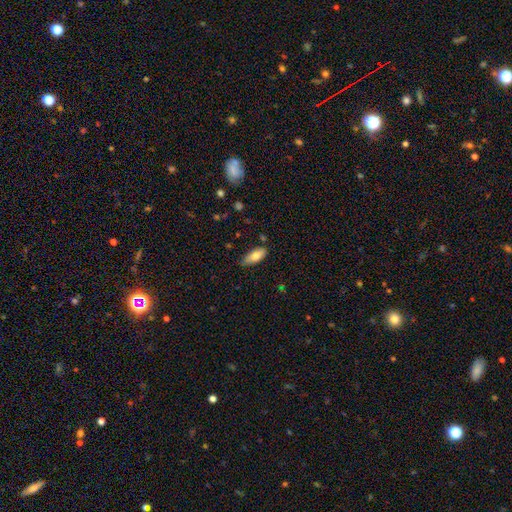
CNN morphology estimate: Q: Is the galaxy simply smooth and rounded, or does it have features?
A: smooth — 80%.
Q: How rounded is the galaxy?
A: in between — 77%.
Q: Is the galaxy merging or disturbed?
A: none — 73%.